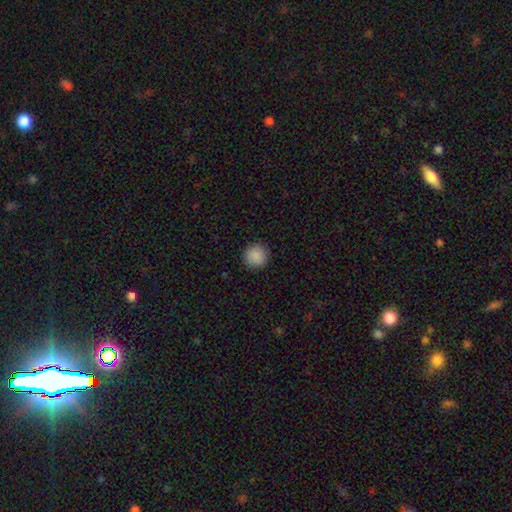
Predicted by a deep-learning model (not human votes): Overall: smooth (89%). How rounded: round (95%). Merging: none (92%).